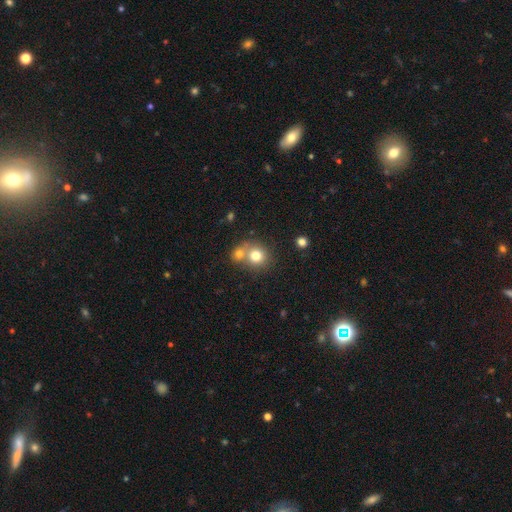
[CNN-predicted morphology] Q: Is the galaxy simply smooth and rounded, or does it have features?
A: smooth — 76%.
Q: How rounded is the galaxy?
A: round — 84%.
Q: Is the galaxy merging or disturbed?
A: none — 46%.